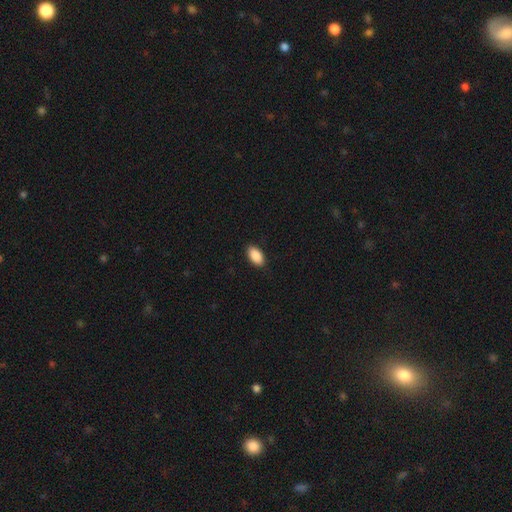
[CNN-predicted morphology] smooth 90%, star or artifact 6%, featured or disk 3%. Down the decision tree: how rounded — in between (95%); merging — none (89%).